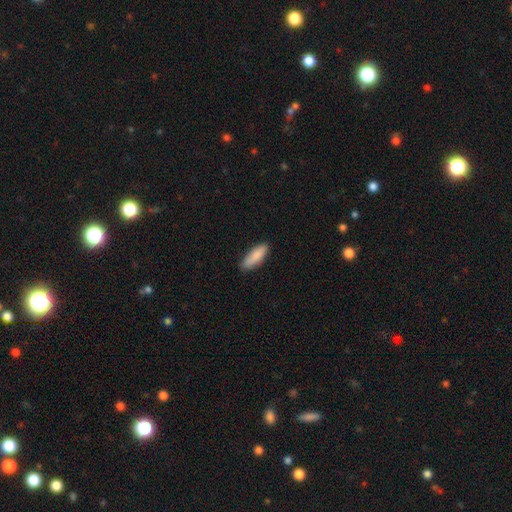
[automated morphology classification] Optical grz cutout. It shows a smooth galaxy with no disk features (86%) that is in between round and cigar-shaped (54%). Merging: none (82%).